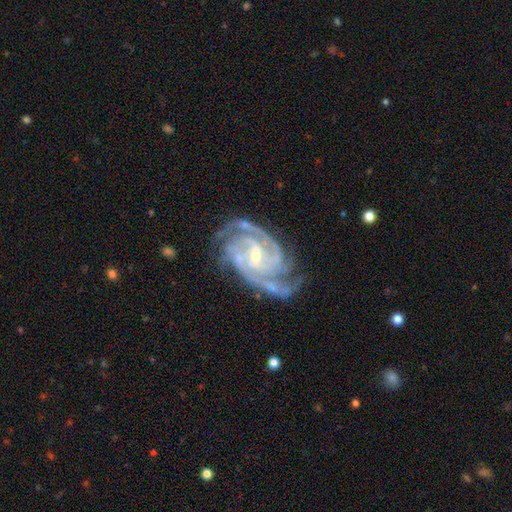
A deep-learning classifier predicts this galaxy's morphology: A featured or disk galaxy (93%) with a weak bar (48%), 3 (33%) tight (63%) spiral arms (99%) and a small central bulge (65%).

Vote fractions:
- Smooth or featured? featured or disk: 93% / star or artifact: 4% / smooth: 3%
- Edge-on disk? no: 98% / yes: 2%
- Bar? weak: 48% / no: 29% / strong: 22%
- Spiral arms? yes: 99% / no: 1%
- Spiral winding? tight: 63% / medium: 33% / loose: 4%
- Spiral arm count? 3: 33% / 4: 27% / 2: 15% / can't tell: 11% / more than 4: 7% / 1: 6%
- Bulge size? small: 65% / moderate: 32% / none: 2% / large: 1% / dominant: 1%
- Merging? none: 71% / minor disturbance: 20% / major disturbance: 7% / merger: 2%